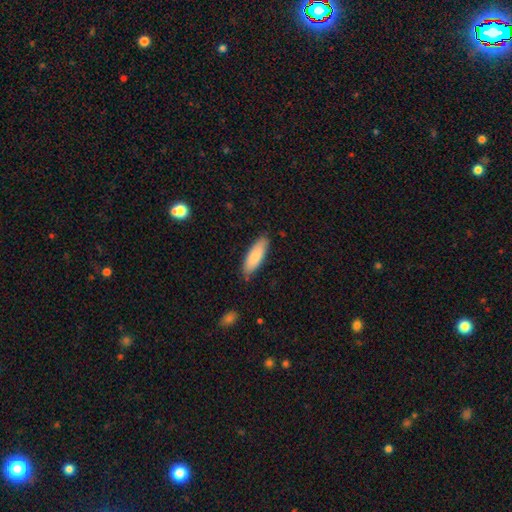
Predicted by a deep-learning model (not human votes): Smooth or featured? smooth (82%)
How rounded? in between (57%)
Merging? none (84%)